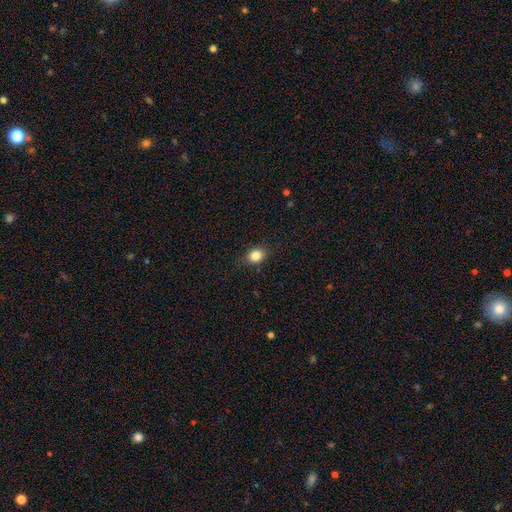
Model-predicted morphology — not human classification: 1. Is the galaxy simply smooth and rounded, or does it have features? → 84% smooth, 10% star or artifact, 6% featured or disk.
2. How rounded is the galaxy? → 50% round, 49% in between, 1% cigar-shaped.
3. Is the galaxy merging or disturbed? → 85% none, 11% minor disturbance, 3% major disturbance, 1% merger.